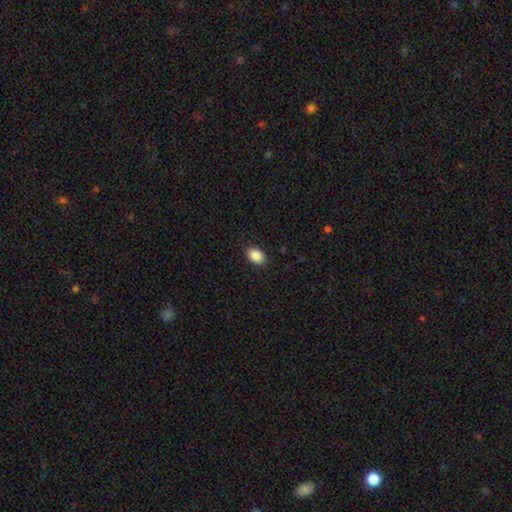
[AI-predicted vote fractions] The model was most divided on "how rounded": in between: 84%, round: 14%, cigar-shaped: 1%. More confident: merging — none (89%); smooth or featured — smooth (89%).